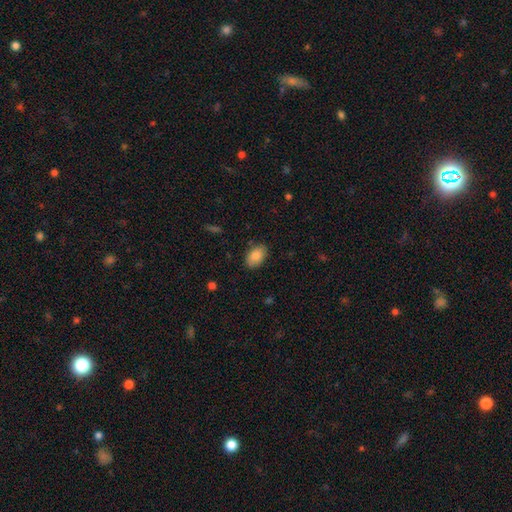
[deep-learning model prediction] Smooth or featured: smooth — 87% (star or artifact — 7%)
How rounded: in between — 90% (round — 9%)
Merging: none — 84% (minor disturbance — 12%)